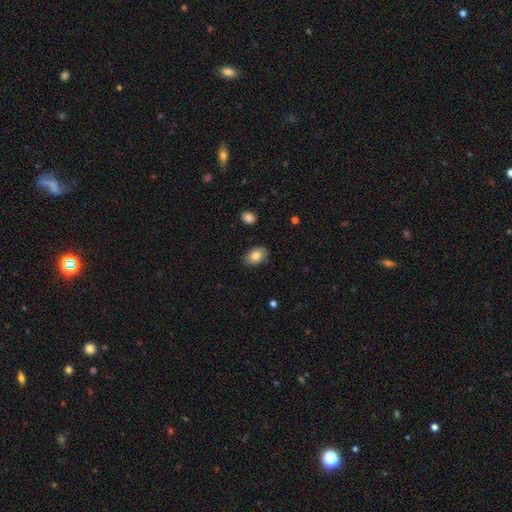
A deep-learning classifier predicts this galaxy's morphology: This is clearly a smooth galaxy (81%). How rounded: clearly in between (86%). Merging: clearly none (84%).